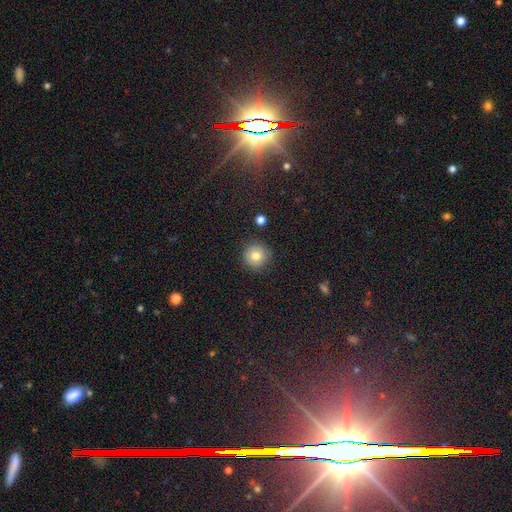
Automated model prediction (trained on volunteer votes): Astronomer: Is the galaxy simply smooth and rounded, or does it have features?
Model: smooth — 78%.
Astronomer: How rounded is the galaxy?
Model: round — 94%.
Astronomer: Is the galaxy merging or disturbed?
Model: none — 89%.